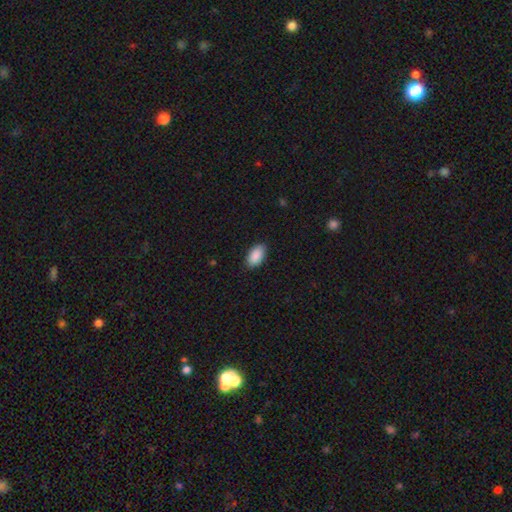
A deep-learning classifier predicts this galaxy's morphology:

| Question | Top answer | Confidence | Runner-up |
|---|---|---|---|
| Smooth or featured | smooth | 91% | star or artifact (6%) |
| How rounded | in between | 95% | round (3%) |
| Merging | none | 87% | minor disturbance (10%) |